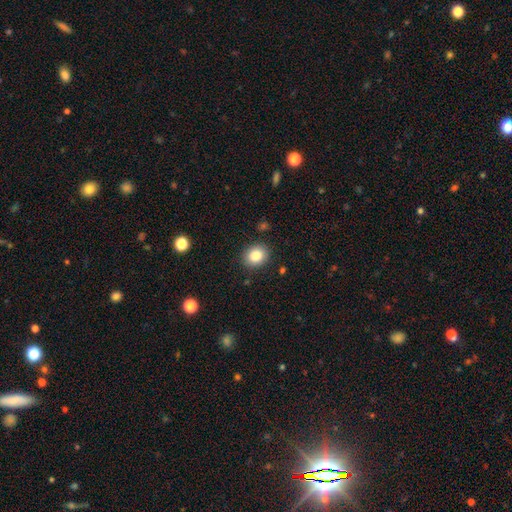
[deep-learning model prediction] Smooth or featured? smooth (85%)
How rounded? round (61%)
Merging? none (87%)